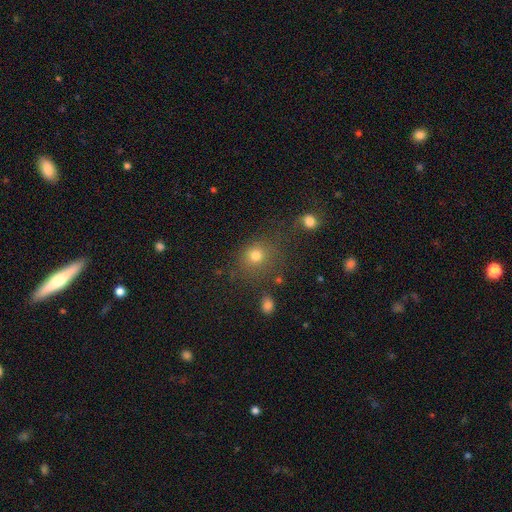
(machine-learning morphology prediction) Smooth or featured?
  - smooth: 76% *
  - star or artifact: 15%
  - featured or disk: 8%
How rounded?
  - round: 82% *
  - in between: 17%
  - cigar-shaped: 1%
Merging?
  - none: 70% *
  - minor disturbance: 13%
  - merger: 9%
  - major disturbance: 8%